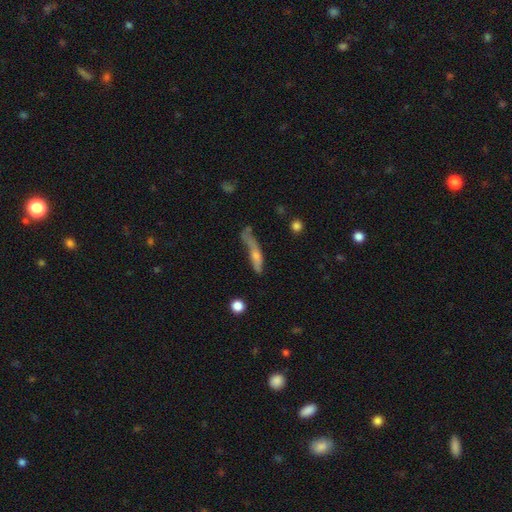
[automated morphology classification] The model was most divided on "merging": none: 36%, major disturbance: 28%, minor disturbance: 28%, merger: 9%. More confident: how rounded — cigar-shaped (81%); smooth or featured — smooth (50%).